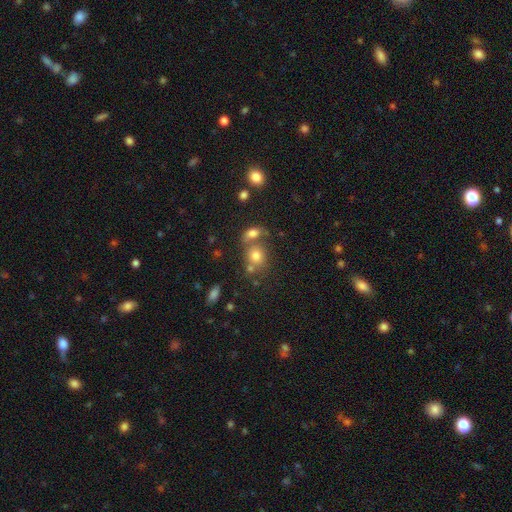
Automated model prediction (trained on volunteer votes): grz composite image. It shows a smooth galaxy with no disk features (73%) that is round (64%). Merging: none (48%).